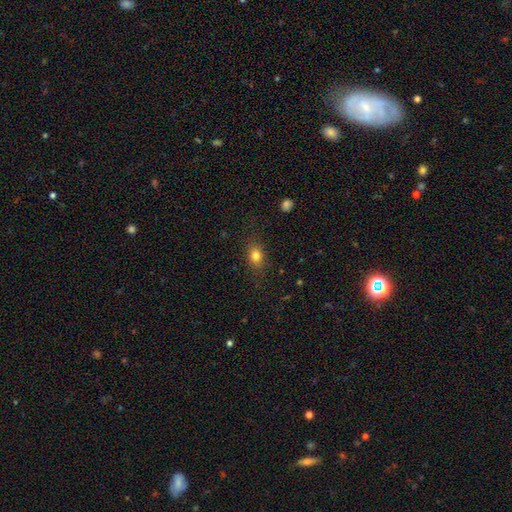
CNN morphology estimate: This appears to be a smooth galaxy with no disk features (81%) that is in between round and cigar-shaped (64%). Merging: none (82%).